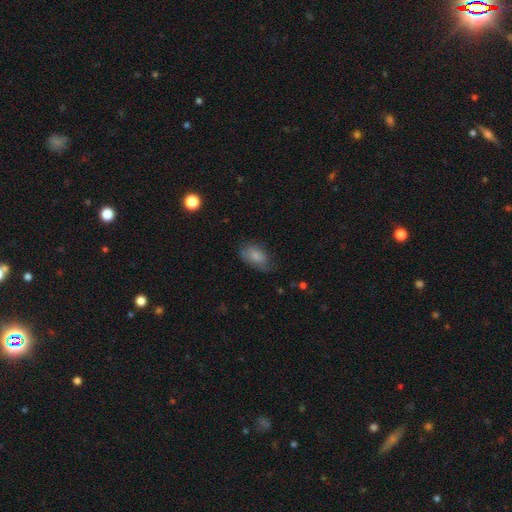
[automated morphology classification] smooth-or-featured: smooth: 79% | featured or disk: 14% | star or artifact: 8%
  how-rounded: in between: 91% | round: 6% | cigar-shaped: 2%
  merging: none: 56% | minor disturbance: 31% | major disturbance: 11% | merger: 1%